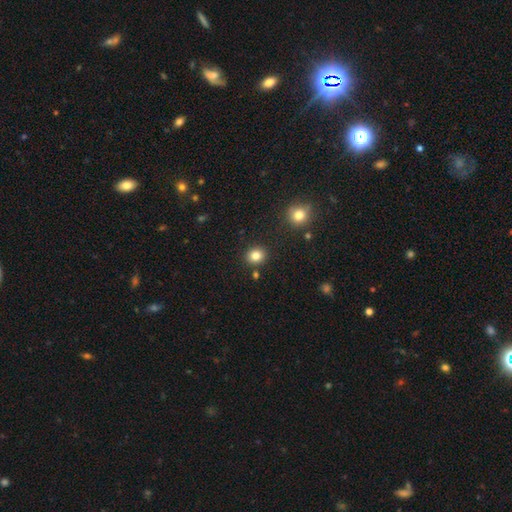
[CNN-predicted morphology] smooth-or-featured: smooth: 84% | star or artifact: 11% | featured or disk: 5%
  how-rounded: round: 76% | in between: 24% | cigar-shaped: 1%
  merging: none: 87% | minor disturbance: 7% | merger: 4% | major disturbance: 2%